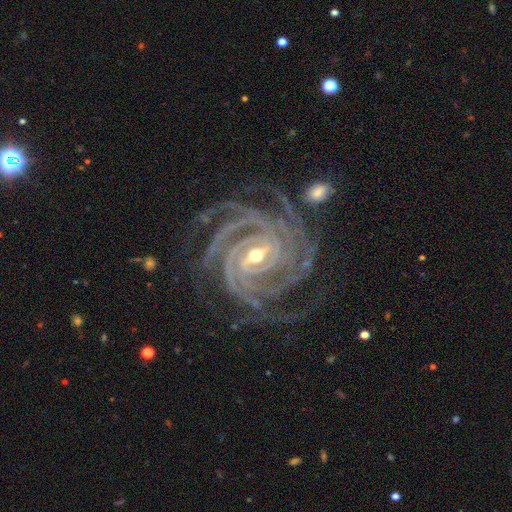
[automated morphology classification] Smooth or featured? Predicted: featured or disk (p=0.94). Edge-on disk? Predicted: no (p=0.98). Bar? Predicted: strong (p=0.52). Spiral arms? Predicted: yes (p=0.99). Spiral winding? Predicted: tight (p=0.75). Spiral arm count? Predicted: 4 (p=0.28). Bulge size? Predicted: moderate (p=0.53). Merging? Predicted: none (p=0.70).